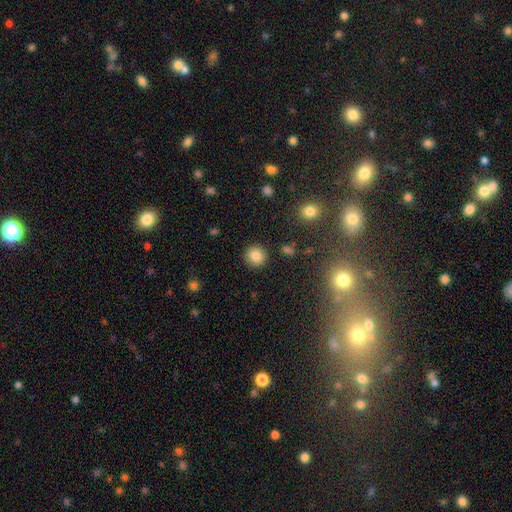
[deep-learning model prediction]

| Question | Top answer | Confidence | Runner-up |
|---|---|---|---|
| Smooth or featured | smooth | 85% | star or artifact (10%) |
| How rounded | round | 93% | in between (6%) |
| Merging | none | 90% | minor disturbance (6%) |